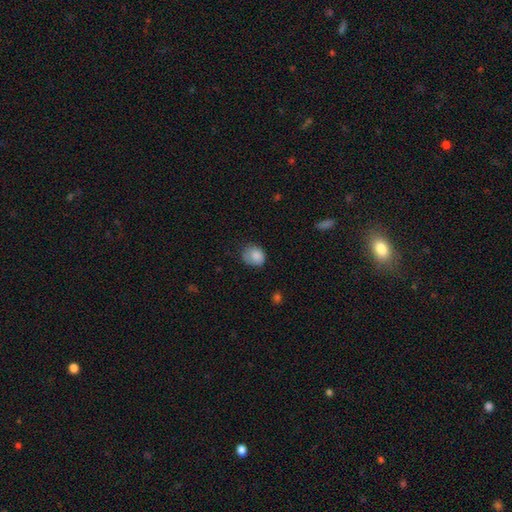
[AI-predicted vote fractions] smooth_or_featured: smooth (p=0.84) [alt: star or artifact p=0.08]
how_rounded: round (p=0.62) [alt: in between p=0.37]
merging: none (p=0.55) [alt: minor disturbance p=0.33]